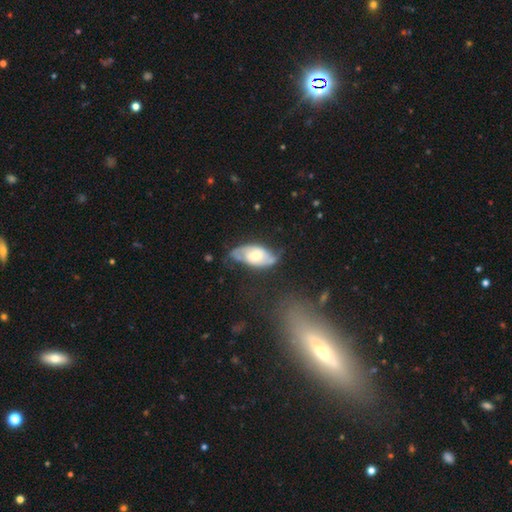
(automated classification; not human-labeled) This appears to be a featured or disk galaxy (69%) with no bar (55%), 2 (79%) medium (43%) spiral arms (87%) and a moderate central bulge (54%). Merging: none (56%).